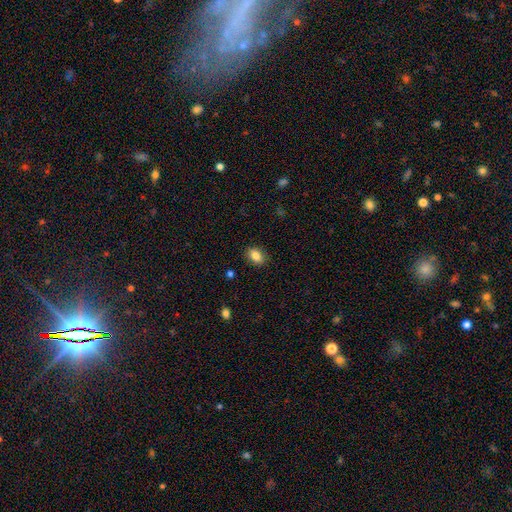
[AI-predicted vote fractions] smooth 85%, star or artifact 9%, featured or disk 7%. Down the decision tree: how rounded — in between (82%); merging — none (86%).